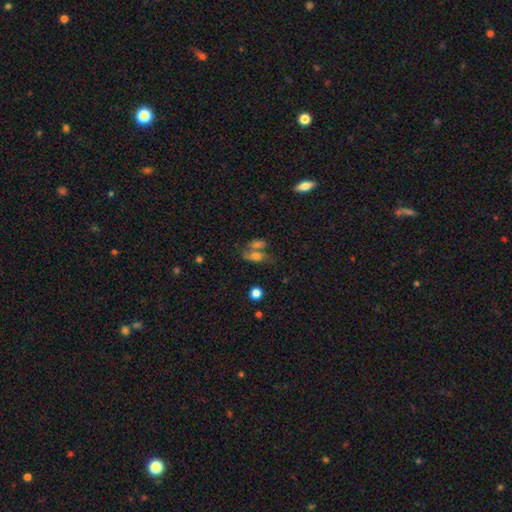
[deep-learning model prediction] smooth_or_featured: smooth (p=0.60) [alt: featured or disk p=0.26]
how_rounded: in between (p=0.76) [alt: round p=0.14]
merging: merger (p=0.45) [alt: none p=0.30]